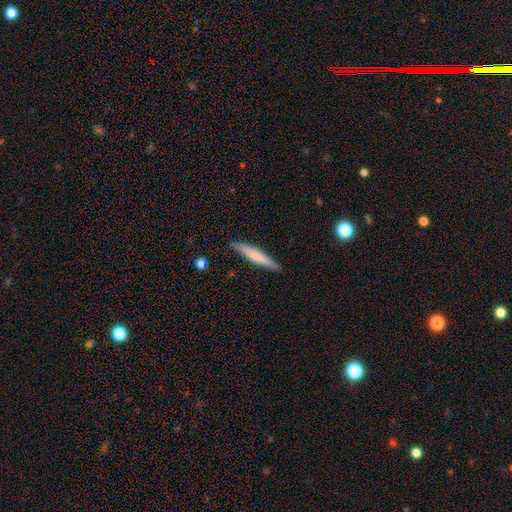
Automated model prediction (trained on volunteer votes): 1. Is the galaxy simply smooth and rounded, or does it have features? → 65% smooth, 30% featured or disk, 6% star or artifact.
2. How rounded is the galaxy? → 93% cigar-shaped, 6% in between, 1% round.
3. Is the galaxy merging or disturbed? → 87% none, 10% minor disturbance, 2% major disturbance, 1% merger.